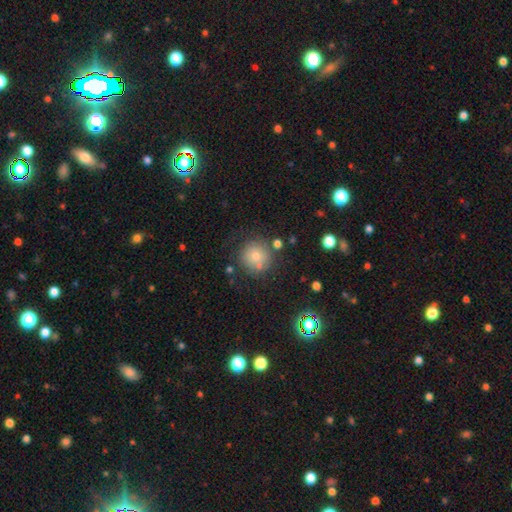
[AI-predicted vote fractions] Smooth or featured?
  - smooth: 67% *
  - star or artifact: 19%
  - featured or disk: 14%
How rounded?
  - round: 94% *
  - in between: 5%
  - cigar-shaped: 1%
Merging?
  - none: 77% *
  - minor disturbance: 11%
  - merger: 7%
  - major disturbance: 4%